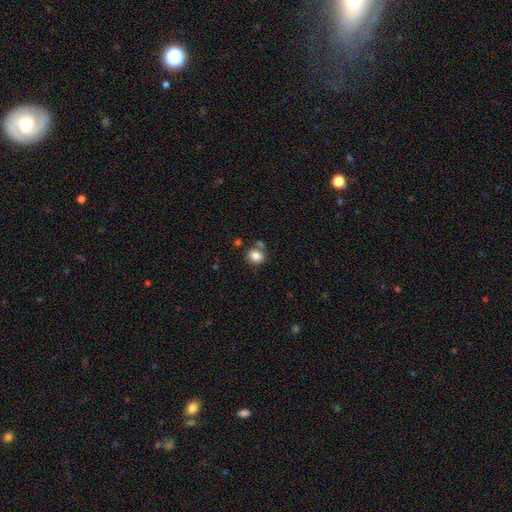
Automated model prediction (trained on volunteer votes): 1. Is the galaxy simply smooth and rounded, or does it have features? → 84% smooth, 10% star or artifact, 6% featured or disk.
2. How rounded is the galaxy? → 64% round, 35% in between, 1% cigar-shaped.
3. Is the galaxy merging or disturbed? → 65% none, 17% merger, 14% minor disturbance, 5% major disturbance.